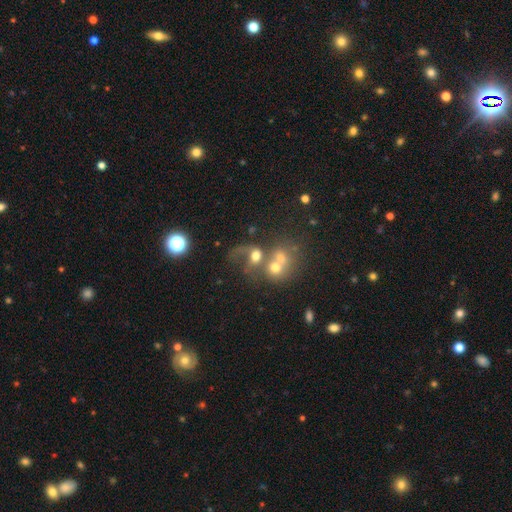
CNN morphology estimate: Smooth or featured? smooth (52%)
How rounded? round (58%)
Merging? merger (61%)